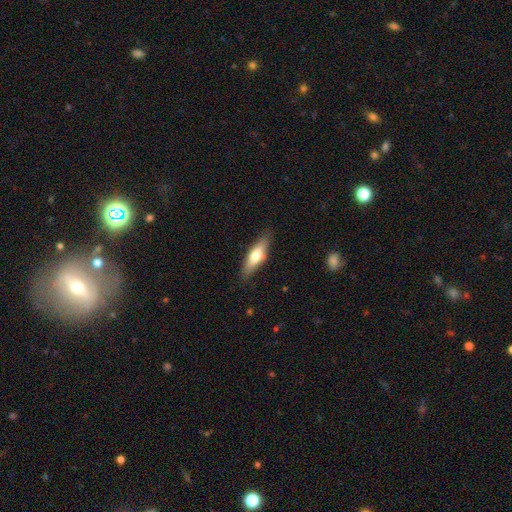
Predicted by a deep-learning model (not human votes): smooth_or_featured: smooth (p=0.57) [alt: featured or disk p=0.37]
how_rounded: cigar-shaped (p=0.61) [alt: in between p=0.37]
merging: none (p=0.84) [alt: minor disturbance p=0.12]